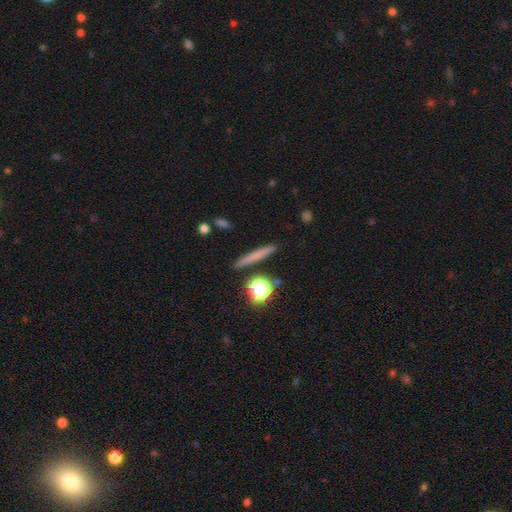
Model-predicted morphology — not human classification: smooth_or_featured: smooth (p=0.64) [alt: featured or disk p=0.24]
how_rounded: cigar-shaped (p=0.87) [alt: round p=0.08]
merging: none (p=0.89) [alt: minor disturbance p=0.07]